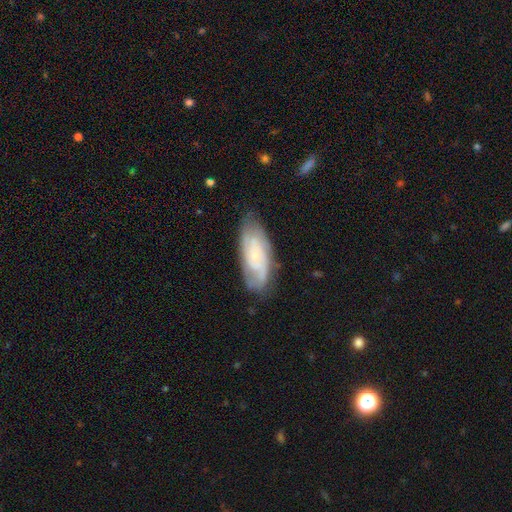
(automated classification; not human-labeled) Overall: featured or disk (69%). Edge-on disk: no (91%). Bar: no (66%; weak 28%). Spiral arms: yes (92%). Spiral arm count: 2 (41%; can't tell 33%). Spiral winding: tight (54%; medium 36%). Bulge size: small (72%). Merging: none (72%).